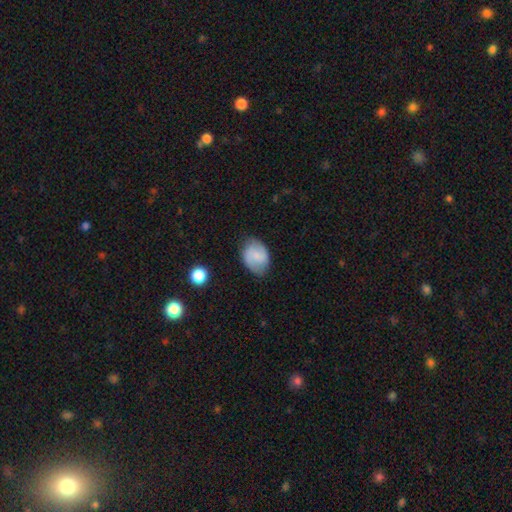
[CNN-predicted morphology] Q: Smooth or featured?
A: smooth (55%); runner-up: featured or disk (37%)
Q: How rounded?
A: in between (68%); runner-up: round (31%)
Q: Merging?
A: none (76%); runner-up: minor disturbance (18%)